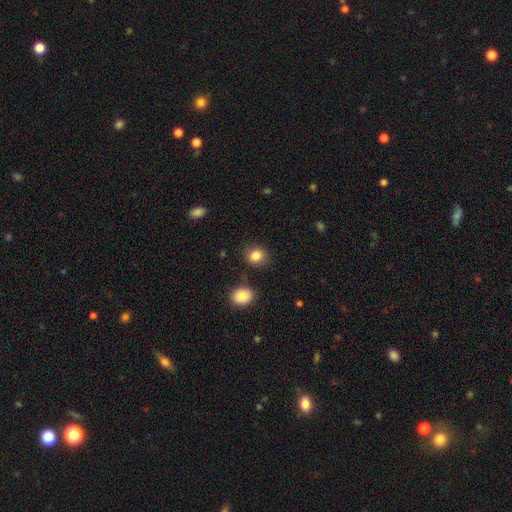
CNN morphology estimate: A smooth galaxy with no disk features (85%) that is round (74%). Merging: none (82%).